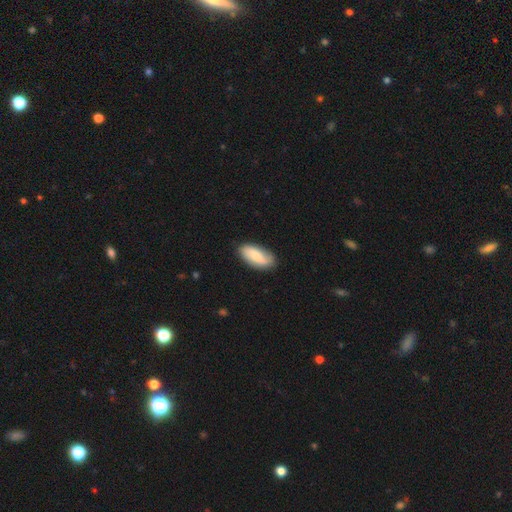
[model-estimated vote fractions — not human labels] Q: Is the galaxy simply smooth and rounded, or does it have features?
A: smooth — 75%.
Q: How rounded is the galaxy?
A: in between — 87%.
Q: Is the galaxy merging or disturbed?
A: none — 79%.